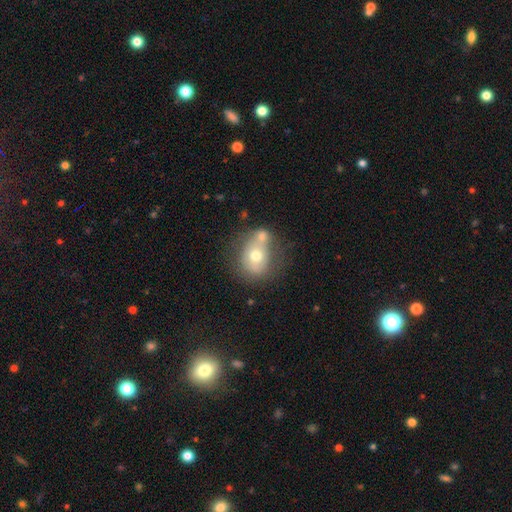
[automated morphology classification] A smooth galaxy with no disk features (62%) that is round (64%). Merging: merger (42%).